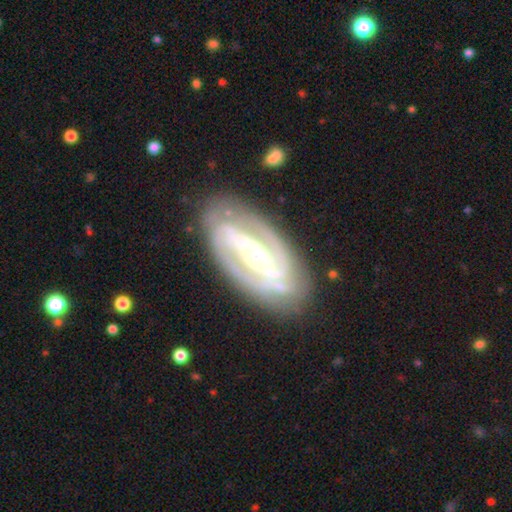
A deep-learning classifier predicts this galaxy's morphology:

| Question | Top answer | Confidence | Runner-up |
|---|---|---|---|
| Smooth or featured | featured or disk | 89% | smooth (7%) |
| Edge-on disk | no | 93% | yes (7%) |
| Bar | strong | 67% | weak (21%) |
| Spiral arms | yes | 92% | no (8%) |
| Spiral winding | tight | 52% | medium (37%) |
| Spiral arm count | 2 | 81% | can't tell (8%) |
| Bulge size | moderate | 63% | small (26%) |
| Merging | none | 81% | minor disturbance (13%) |